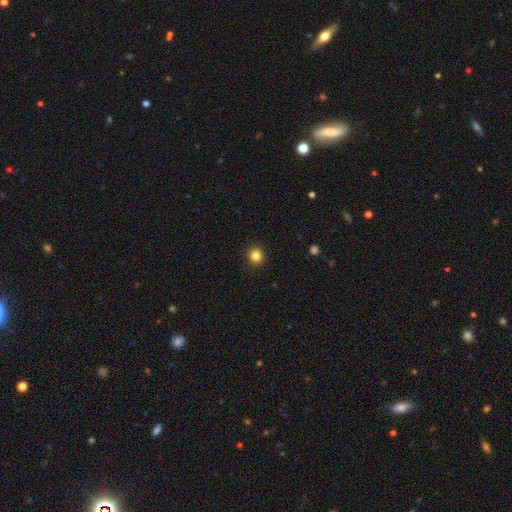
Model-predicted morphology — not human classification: smooth-or-featured: smooth: 84% | star or artifact: 12% | featured or disk: 4%
  how-rounded: round: 93% | in between: 6% | cigar-shaped: 1%
  merging: none: 93% | minor disturbance: 5% | major disturbance: 2% | merger: 1%